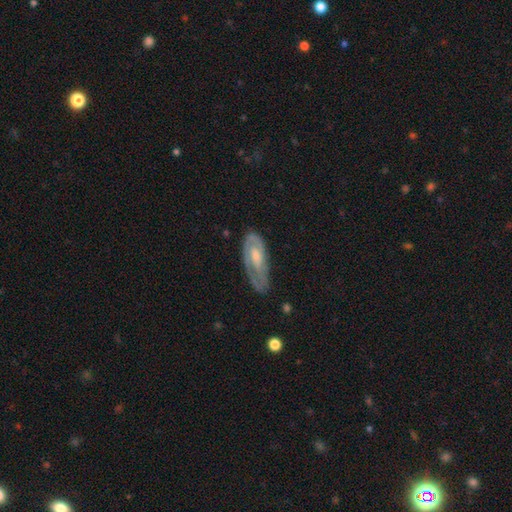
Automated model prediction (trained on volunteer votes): featured or disk 69%, smooth 25%, star or artifact 6%. Down the decision tree: edge-on disk — no (86%); bar — no (55%); spiral arms — yes (78%); bulge size — moderate (48%); merging — none (59%).